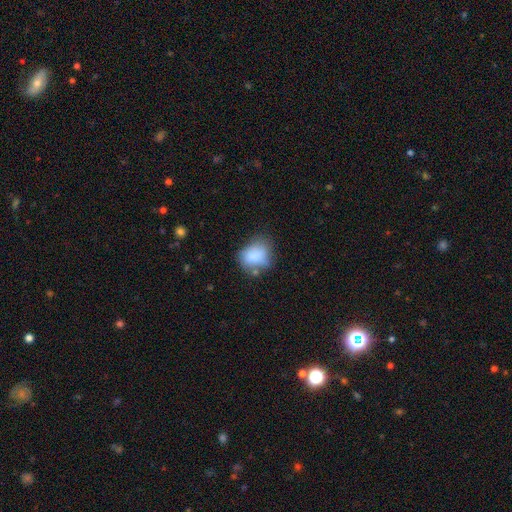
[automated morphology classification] Smooth or featured?
  - smooth: 80% *
  - featured or disk: 11%
  - star or artifact: 9%
How rounded?
  - in between: 52% *
  - round: 47%
  - cigar-shaped: 1%
Merging?
  - none: 51% *
  - minor disturbance: 30%
  - major disturbance: 11%
  - merger: 8%